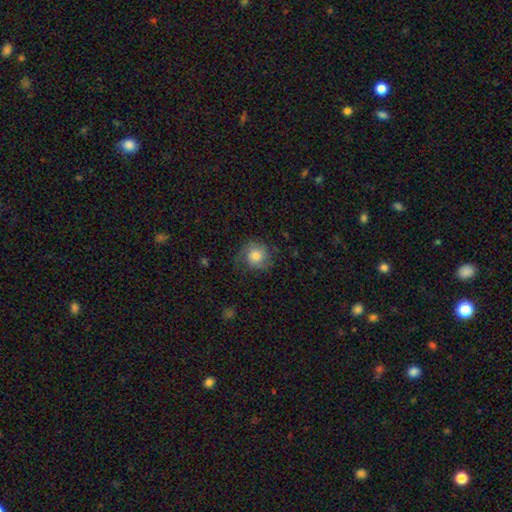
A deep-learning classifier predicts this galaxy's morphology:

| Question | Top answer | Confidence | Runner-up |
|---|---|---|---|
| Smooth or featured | smooth | 71% | featured or disk (21%) |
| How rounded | round | 86% | in between (13%) |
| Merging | none | 66% | minor disturbance (22%) |